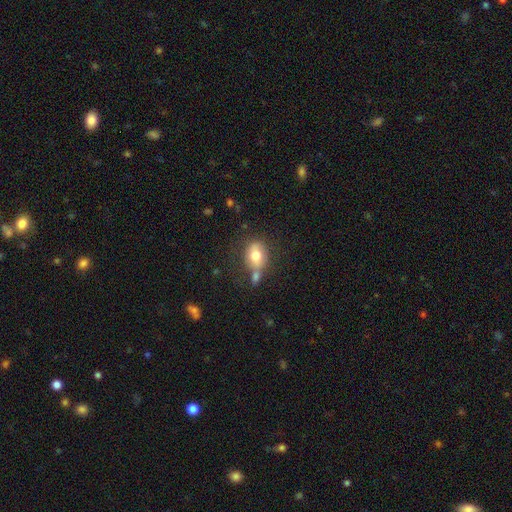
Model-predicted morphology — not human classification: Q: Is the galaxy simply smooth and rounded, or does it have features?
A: smooth — 71%.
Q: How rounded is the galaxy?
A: in between — 61%.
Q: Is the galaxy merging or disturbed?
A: none — 51%.